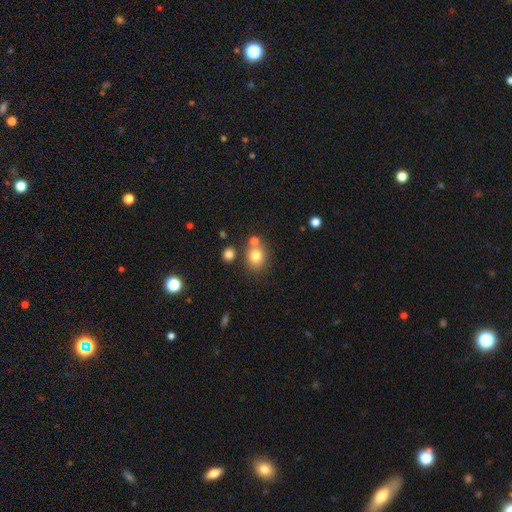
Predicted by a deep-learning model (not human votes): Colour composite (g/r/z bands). It shows a smooth galaxy with no disk features (79%) that is round (70%). Merging: none (67%).